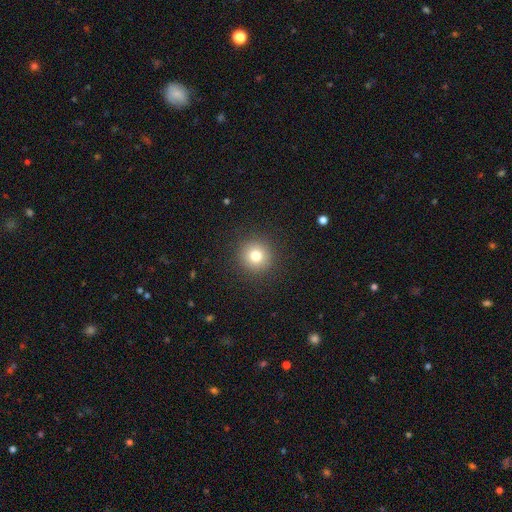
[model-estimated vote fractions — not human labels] smooth 79%, star or artifact 12%, featured or disk 9%. Down the decision tree: how rounded — round (94%); merging — none (91%).